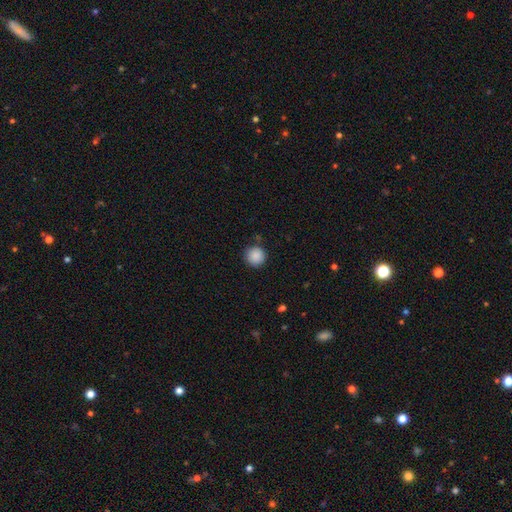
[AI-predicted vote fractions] This appears to be a smooth galaxy with no disk features (89%) that is round (95%). Merging: none (87%).